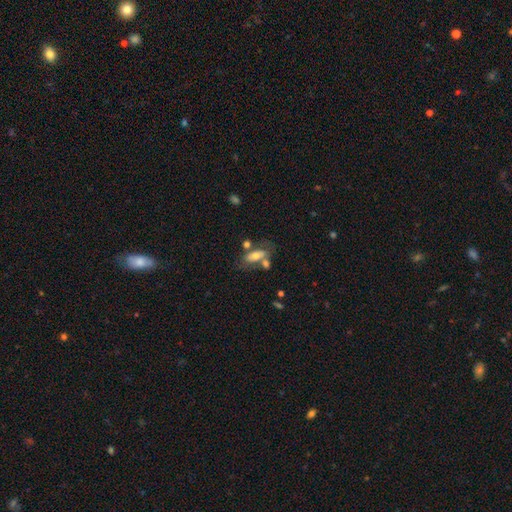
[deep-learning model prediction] Smooth or featured? smooth (60%)
How rounded? in between (77%)
Merging? none (47%)